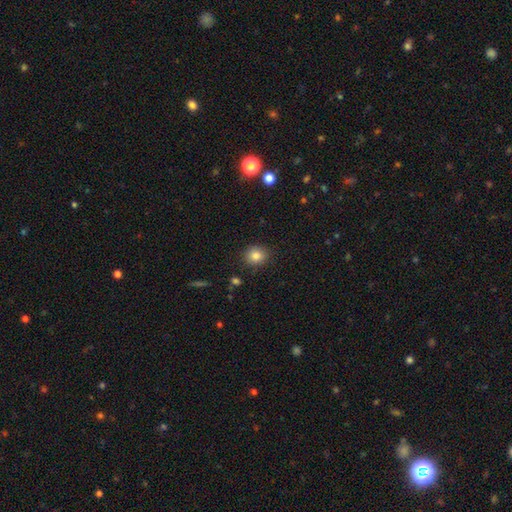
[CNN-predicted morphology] Q: Smooth or featured?
A: smooth (83%); runner-up: star or artifact (11%)
Q: How rounded?
A: round (78%); runner-up: in between (21%)
Q: Merging?
A: none (87%); runner-up: minor disturbance (9%)